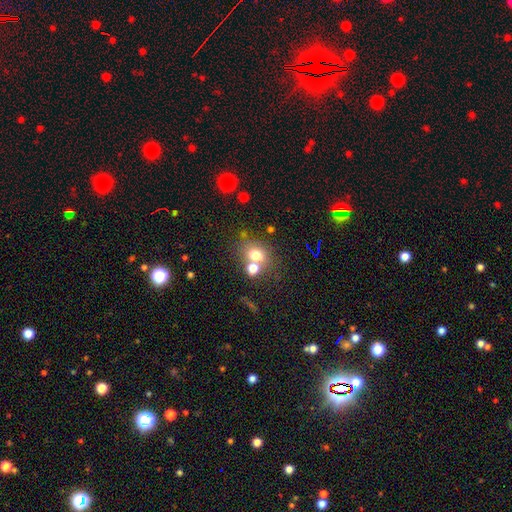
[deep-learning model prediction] Q: Smooth or featured?
A: smooth (71%); runner-up: star or artifact (15%)
Q: How rounded?
A: round (58%); runner-up: in between (41%)
Q: Merging?
A: none (51%); runner-up: merger (34%)